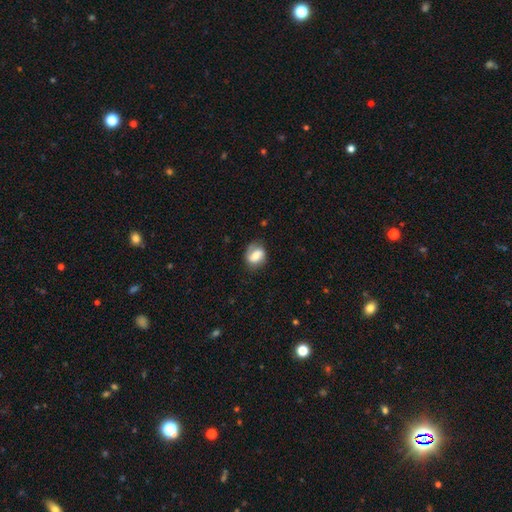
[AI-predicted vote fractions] The model was most divided on "how rounded": in between: 53%, round: 46%, cigar-shaped: 1%. More confident: merging — none (66%); smooth or featured — smooth (57%).